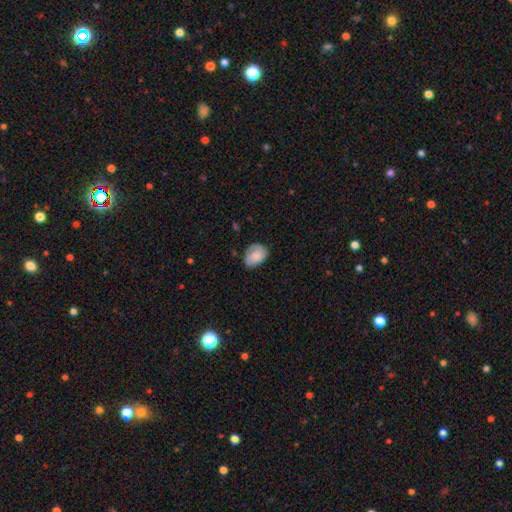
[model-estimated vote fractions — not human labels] A smooth galaxy with no disk features (74%) that is in between round and cigar-shaped (69%).

Vote fractions:
- Smooth or featured? smooth: 74% / featured or disk: 18% / star or artifact: 7%
- How rounded? in between: 69% / round: 30% / cigar-shaped: 1%
- Merging? none: 66% / minor disturbance: 26% / major disturbance: 7% / merger: 1%